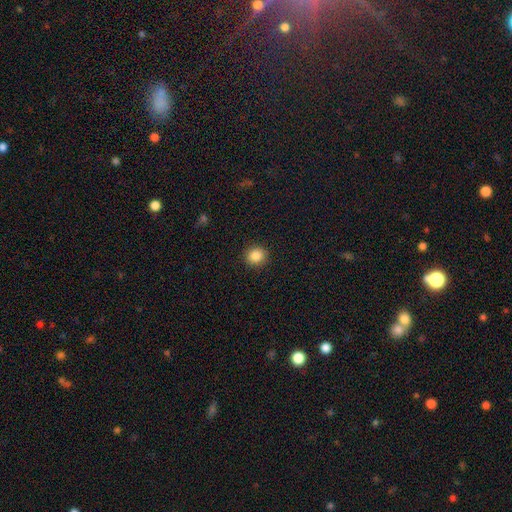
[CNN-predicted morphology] smooth 86%, star or artifact 10%, featured or disk 4%. Down the decision tree: how rounded — round (87%); merging — none (91%).